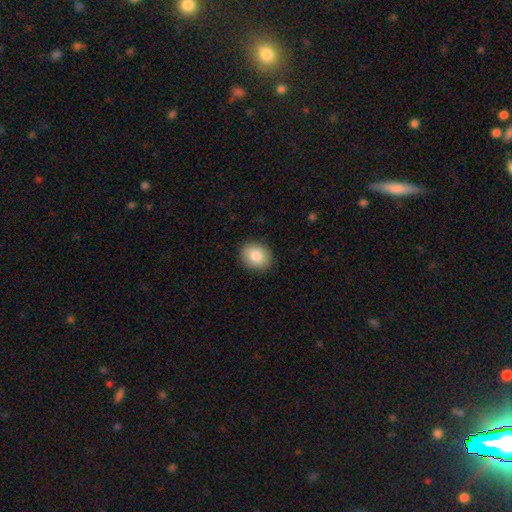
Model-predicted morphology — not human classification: The model was most divided on "how rounded": in between: 50%, round: 49%, cigar-shaped: 1%. More confident: merging — none (89%); smooth or featured — smooth (85%).